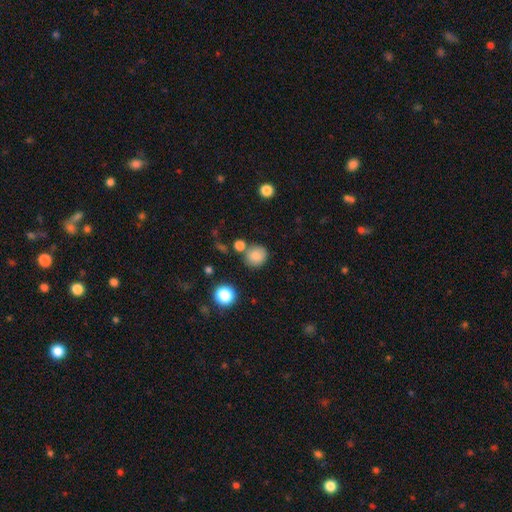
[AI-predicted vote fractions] The model was most divided on "merging": none: 74%, minor disturbance: 12%, merger: 11%, major disturbance: 4%. More confident: smooth or featured — smooth (83%); how rounded — round (82%).